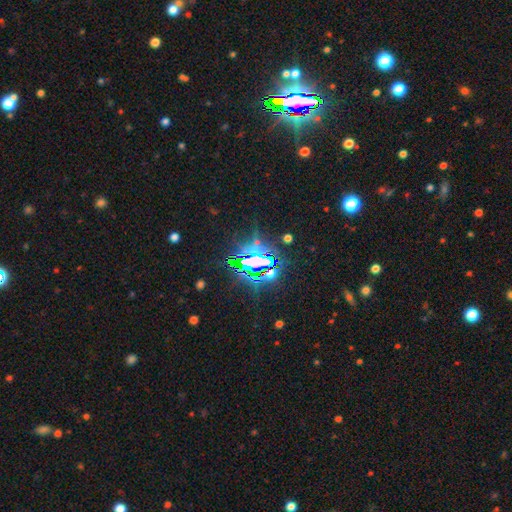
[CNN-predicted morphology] Smooth or featured? star or artifact (80%)